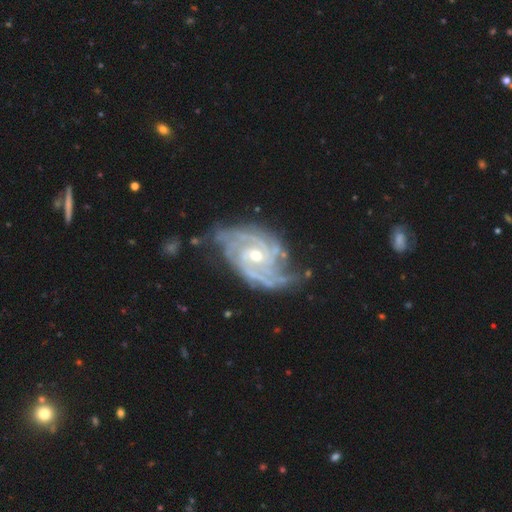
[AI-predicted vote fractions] Smooth or featured? Predicted: featured or disk (p=0.92). Edge-on disk? Predicted: no (p=0.97). Bar? Predicted: no (p=0.55). Spiral arms? Predicted: yes (p=0.98). Spiral winding? Predicted: tight (p=0.60). Spiral arm count? Predicted: 2 (p=0.32). Bulge size? Predicted: moderate (p=0.58). Merging? Predicted: none (p=0.64).